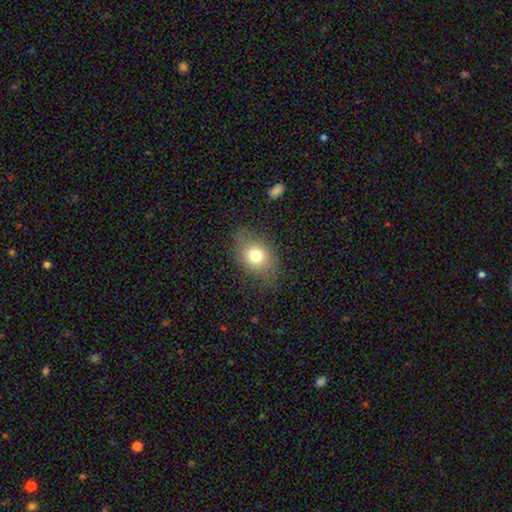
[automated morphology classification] smooth 73%, featured or disk 16%, star or artifact 11%. Down the decision tree: how rounded — in between (65%); merging — none (71%).